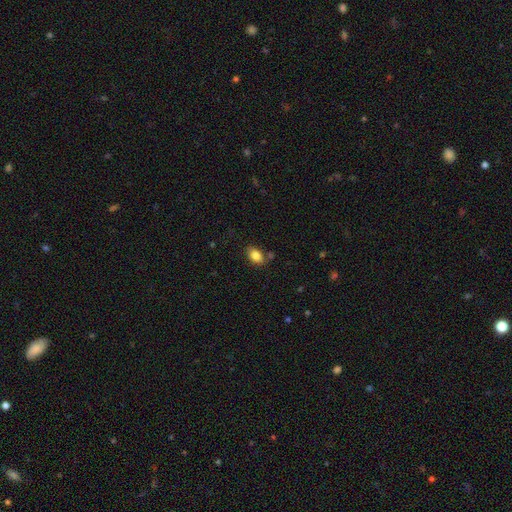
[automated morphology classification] smooth 85%, star or artifact 8%, featured or disk 7%. Down the decision tree: how rounded — in between (87%); merging — none (78%).